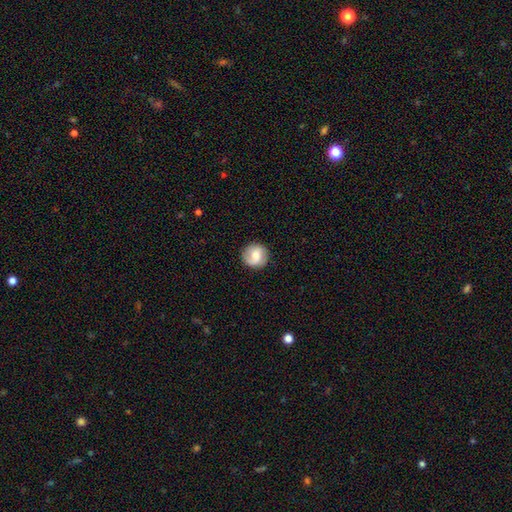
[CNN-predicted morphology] type=smooth (63%); roundness=round (92%); merging=none (87%).